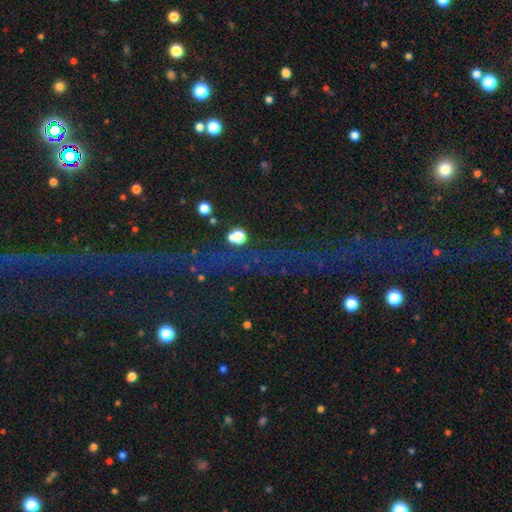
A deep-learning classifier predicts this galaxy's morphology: smooth-or-featured: star or artifact: 73% | featured or disk: 14% | smooth: 13%